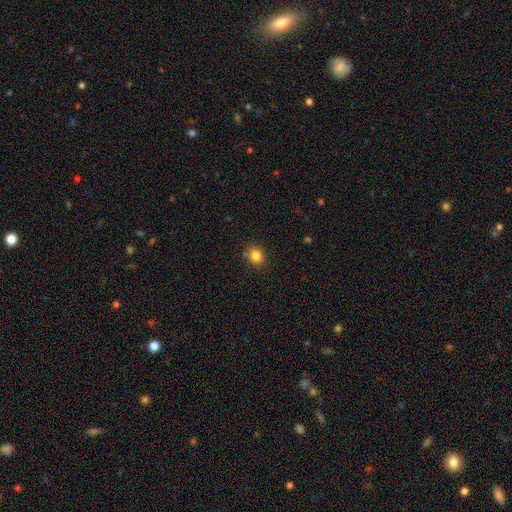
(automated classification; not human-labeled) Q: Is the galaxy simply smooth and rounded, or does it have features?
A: smooth — 83%.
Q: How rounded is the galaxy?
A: round — 75%.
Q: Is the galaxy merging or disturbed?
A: none — 80%.